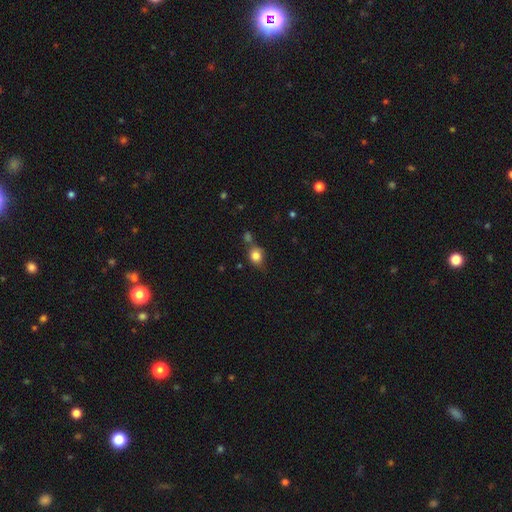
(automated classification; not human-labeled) The model was most divided on "how rounded": round: 64%, in between: 35%, cigar-shaped: 1%. More confident: smooth or featured — smooth (81%); merging — none (58%).